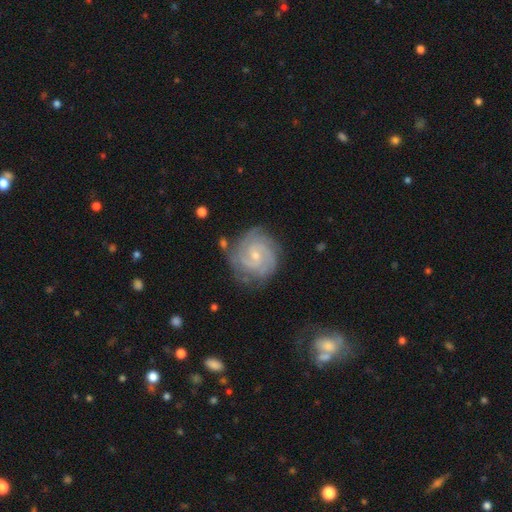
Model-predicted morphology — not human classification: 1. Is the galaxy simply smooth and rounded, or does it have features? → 87% featured or disk, 8% smooth, 5% star or artifact.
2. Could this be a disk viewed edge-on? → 98% no, 2% yes.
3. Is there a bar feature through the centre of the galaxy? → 54% no, 39% weak, 7% strong.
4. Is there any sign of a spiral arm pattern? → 98% yes, 2% no.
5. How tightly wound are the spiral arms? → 68% tight, 28% medium, 4% loose.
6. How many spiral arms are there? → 31% 2, 29% 3, 18% can't tell, 12% 4, 5% more than 4, 5% 1.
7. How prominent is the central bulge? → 76% small, 21% moderate, 2% none, 1% large, 1% dominant.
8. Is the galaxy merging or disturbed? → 75% none, 17% minor disturbance, 5% major disturbance, 3% merger.